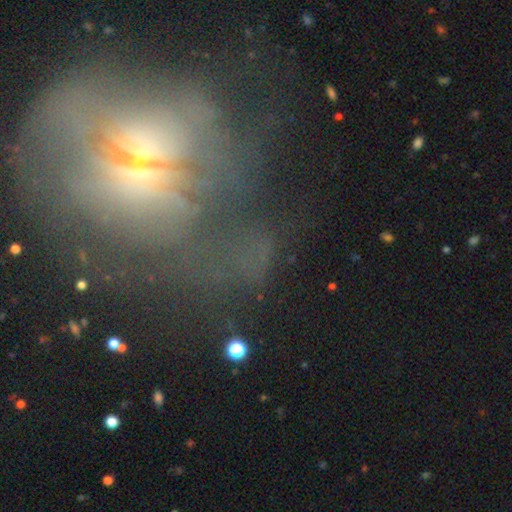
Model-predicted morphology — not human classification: smooth_or_featured: featured or disk (p=0.39) [alt: star or artifact p=0.38]
merging: none (p=0.48) [alt: major disturbance p=0.27]